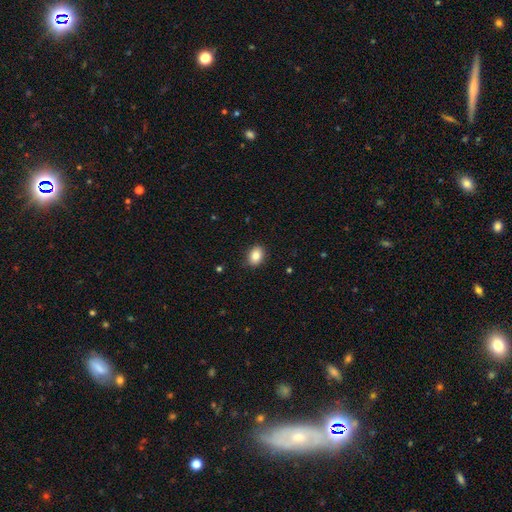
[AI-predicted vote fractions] Q: Smooth or featured?
A: smooth (85%); runner-up: star or artifact (9%)
Q: How rounded?
A: in between (70%); runner-up: round (29%)
Q: Merging?
A: none (88%); runner-up: minor disturbance (9%)